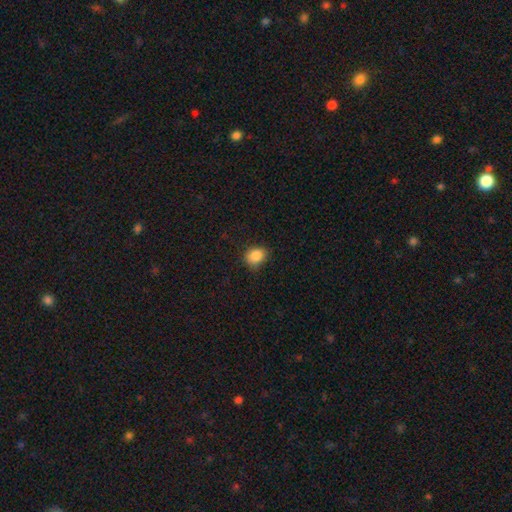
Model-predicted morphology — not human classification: Smooth or featured: smooth — 86% (star or artifact — 10%)
How rounded: round — 56% (in between — 44%)
Merging: none — 79% (minor disturbance — 17%)